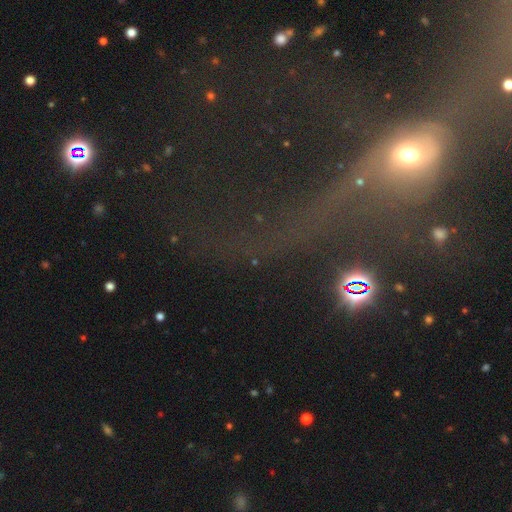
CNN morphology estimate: This is marginally a star or artifact rather than a galaxy (39%).